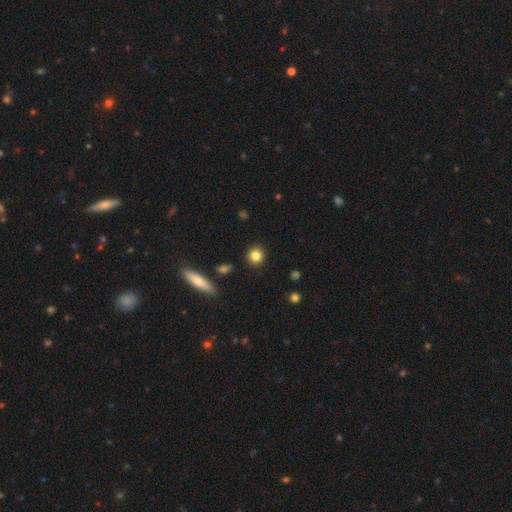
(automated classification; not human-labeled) smooth_or_featured: smooth (p=0.83) [alt: star or artifact p=0.10]
how_rounded: round (p=0.88) [alt: in between p=0.10]
merging: none (p=0.90) [alt: minor disturbance p=0.06]